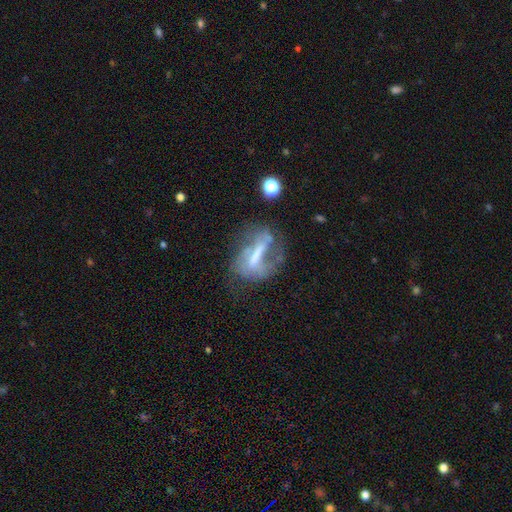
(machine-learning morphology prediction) featured or disk 64%, smooth 24%, star or artifact 13%. Down the decision tree: edge-on disk — no (87%); bar — strong (54%); spiral arms — no (52%); bulge size — none (39%); merging — none (39%).